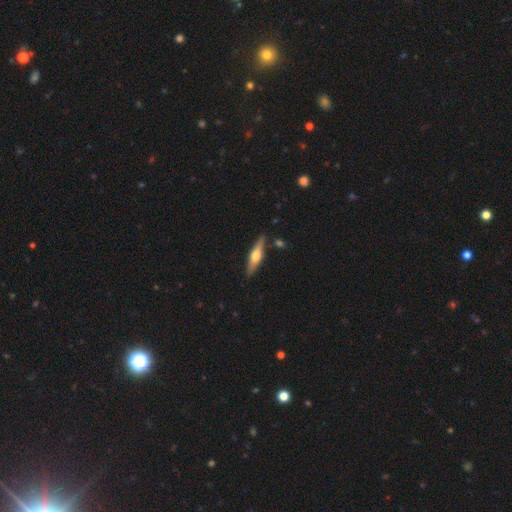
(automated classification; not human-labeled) Q: Smooth or featured?
A: featured or disk (59%); runner-up: smooth (35%)
Q: Edge-on disk?
A: yes (94%); runner-up: no (6%)
Q: Edge-on bulge?
A: rounded (93%); runner-up: boxy (4%)
Q: Merging?
A: none (85%); runner-up: minor disturbance (10%)